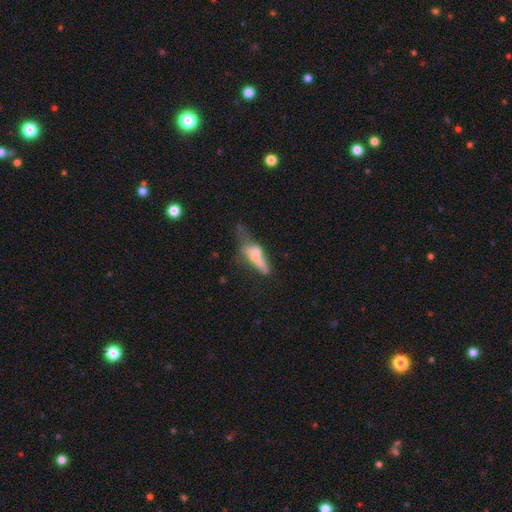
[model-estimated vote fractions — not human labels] smooth 53%, featured or disk 36%, star or artifact 11%. Down the decision tree: how rounded — in between (48%); merging — major disturbance (33%).